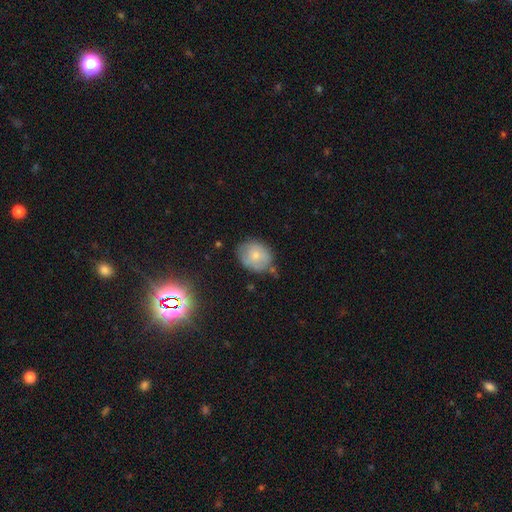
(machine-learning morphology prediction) type=smooth (70%); roundness=round (56%); merging=none (65%).